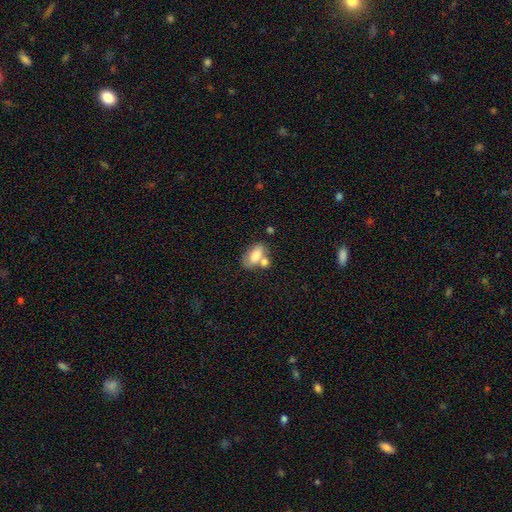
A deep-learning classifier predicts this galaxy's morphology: The model was most divided on "merging": merger: 40%, none: 39%, minor disturbance: 15%, major disturbance: 6%. More confident: how rounded — in between (89%); smooth or featured — smooth (75%).